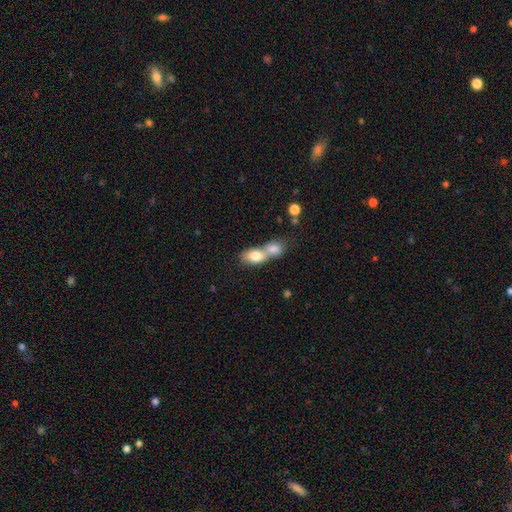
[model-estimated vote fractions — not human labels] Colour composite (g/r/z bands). It shows a smooth galaxy with no disk features (77%) that is in between round and cigar-shaped (75%). Merging: merger (74%).